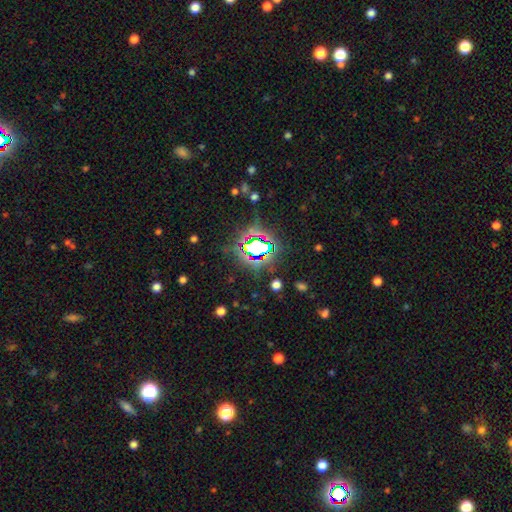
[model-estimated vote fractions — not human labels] star or artifact 71%, smooth 18%, featured or disk 11%.